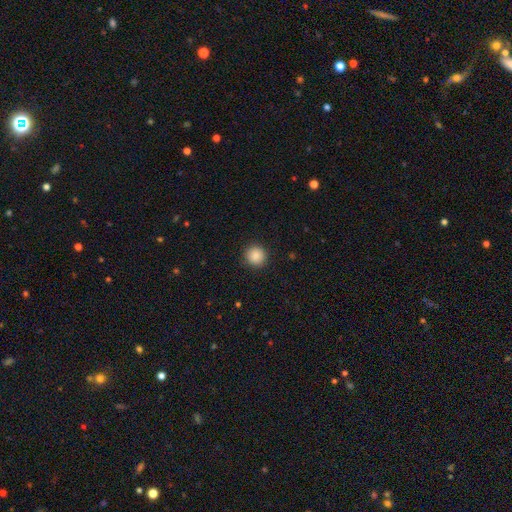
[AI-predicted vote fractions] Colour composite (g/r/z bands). It shows a smooth galaxy with no disk features (87%) that is round (94%). Merging: none (92%).